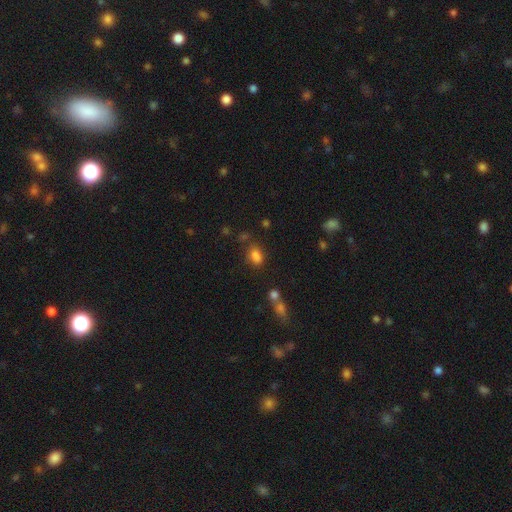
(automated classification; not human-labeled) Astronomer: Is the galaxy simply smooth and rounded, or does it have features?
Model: smooth — 81%.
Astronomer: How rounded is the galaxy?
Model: in between — 80%.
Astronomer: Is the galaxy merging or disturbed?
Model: none — 64%.